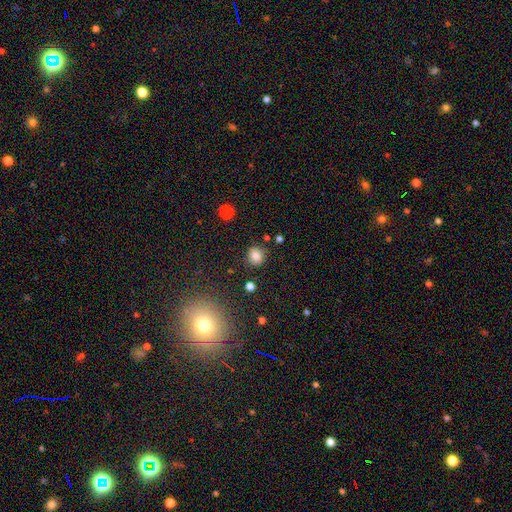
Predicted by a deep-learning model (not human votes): Overall: smooth (82%). How rounded: round (78%). Merging: none (82%).